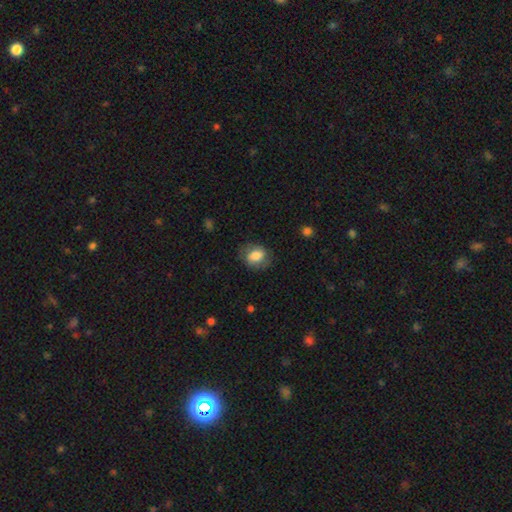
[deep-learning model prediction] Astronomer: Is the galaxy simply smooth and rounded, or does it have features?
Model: smooth — 71%.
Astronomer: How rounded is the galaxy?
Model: in between — 59% (runner-up: round, 40%).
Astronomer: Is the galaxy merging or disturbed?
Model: none — 73%.